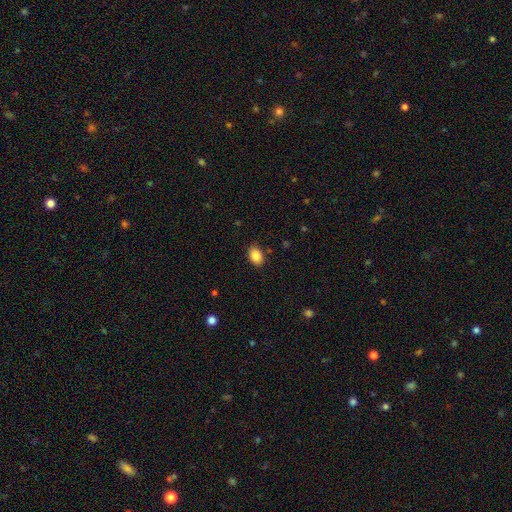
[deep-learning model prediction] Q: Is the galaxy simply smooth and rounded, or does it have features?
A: smooth — 87%.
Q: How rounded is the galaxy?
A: in between — 80%.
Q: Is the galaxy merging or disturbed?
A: none — 86%.